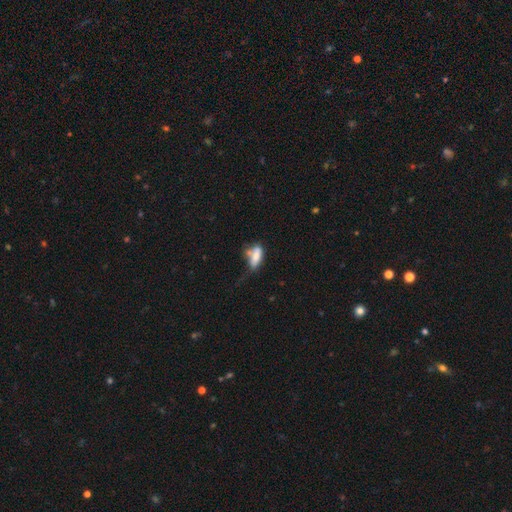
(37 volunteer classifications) Morphology: type=smooth (78%); roundness=in between (72%); merging=minor disturbance (39%).